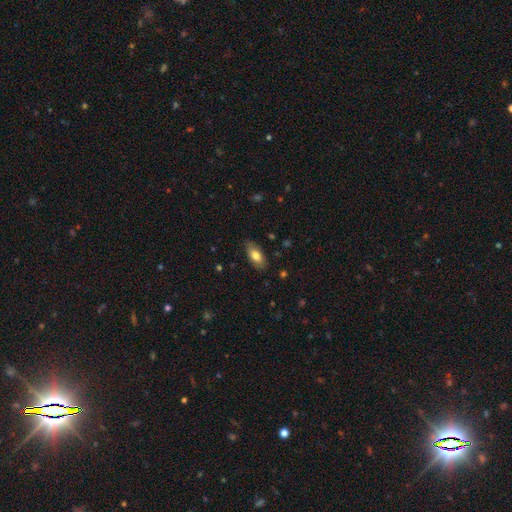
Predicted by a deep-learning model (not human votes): This is likely a smooth galaxy (76%). How rounded: clearly in between (89%). Merging: clearly none (83%).